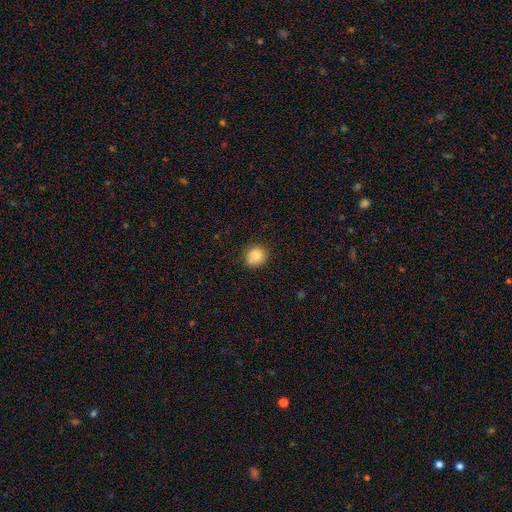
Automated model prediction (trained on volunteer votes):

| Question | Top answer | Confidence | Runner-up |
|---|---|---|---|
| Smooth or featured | smooth | 81% | featured or disk (9%) |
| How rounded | round | 83% | in between (16%) |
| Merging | none | 77% | minor disturbance (16%) |